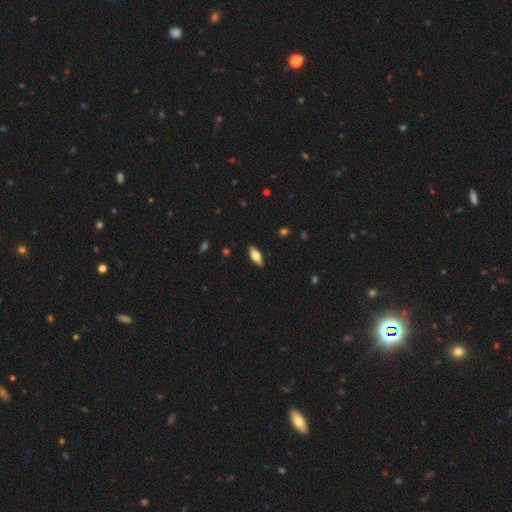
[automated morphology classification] A smooth galaxy with no disk features (51%) that is in between round and cigar-shaped (73%).

Vote fractions:
- Smooth or featured? smooth: 51% / featured or disk: 42% / star or artifact: 7%
- How rounded? in between: 73% / cigar-shaped: 24% / round: 3%
- Merging? none: 88% / minor disturbance: 9% / major disturbance: 2% / merger: 1%